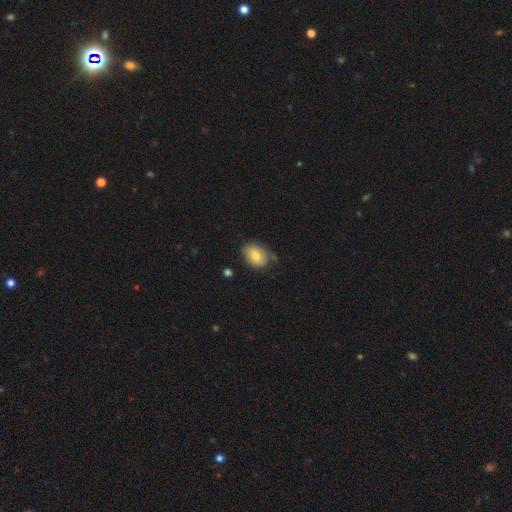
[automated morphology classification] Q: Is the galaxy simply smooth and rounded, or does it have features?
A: smooth — 73%.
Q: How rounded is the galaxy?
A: in between — 71%.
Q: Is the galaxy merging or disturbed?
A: none — 66%.